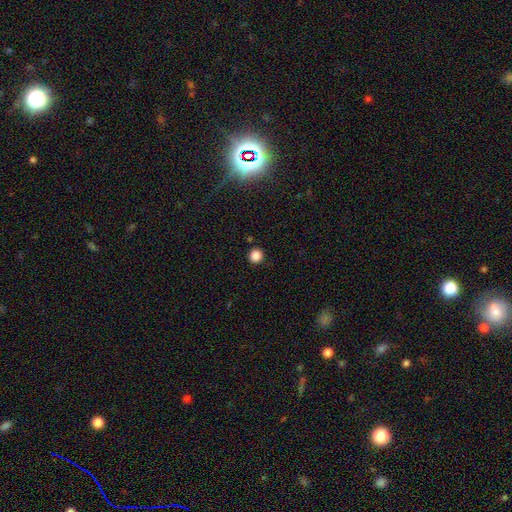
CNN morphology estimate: Overall: smooth (85%). How rounded: round (93%). Merging: none (90%).